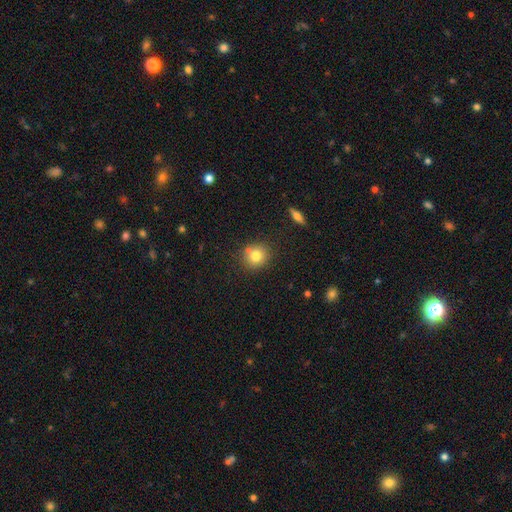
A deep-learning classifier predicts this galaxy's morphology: smooth 77%, star or artifact 11%, featured or disk 11%. Down the decision tree: how rounded — round (85%); merging — none (75%).